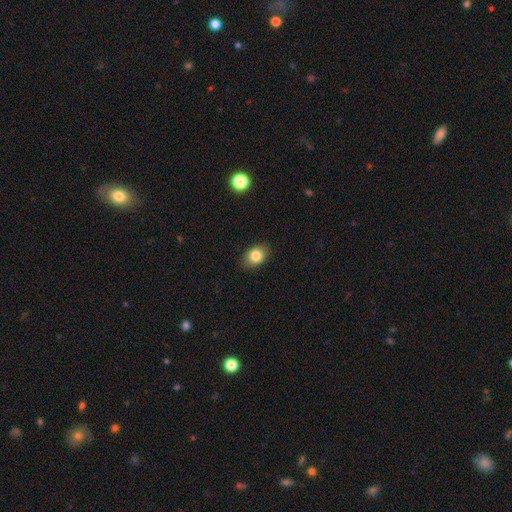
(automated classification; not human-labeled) smooth-or-featured: smooth: 83% | star or artifact: 9% | featured or disk: 8%
  how-rounded: in between: 70% | round: 29% | cigar-shaped: 1%
  merging: none: 85% | minor disturbance: 11% | major disturbance: 3% | merger: 1%